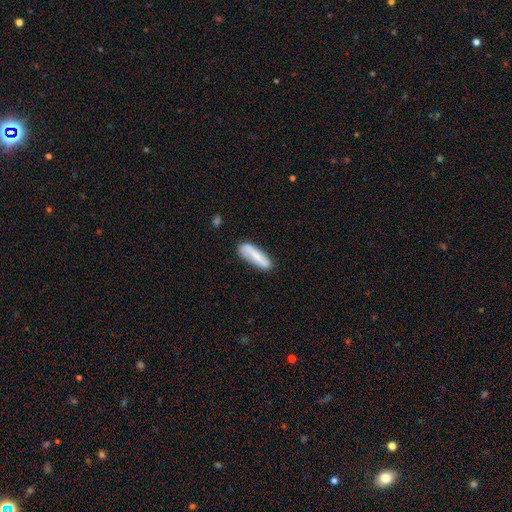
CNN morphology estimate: Smooth or featured? Predicted: smooth (p=0.66). How rounded? Predicted: cigar-shaped (p=0.62). Merging? Predicted: none (p=0.77).